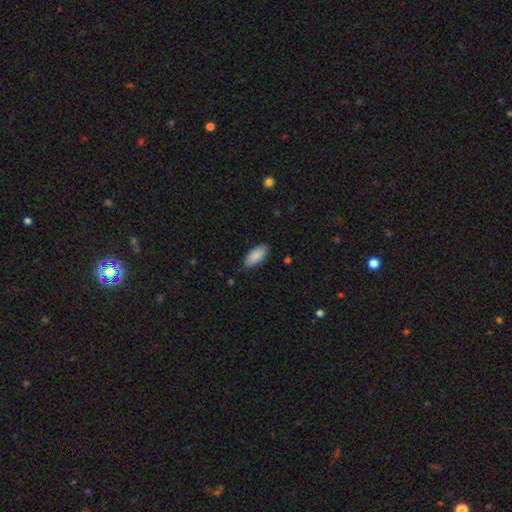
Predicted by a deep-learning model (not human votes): This is clearly a smooth galaxy (88%). How rounded: clearly in between (87%). Merging: likely none (79%).